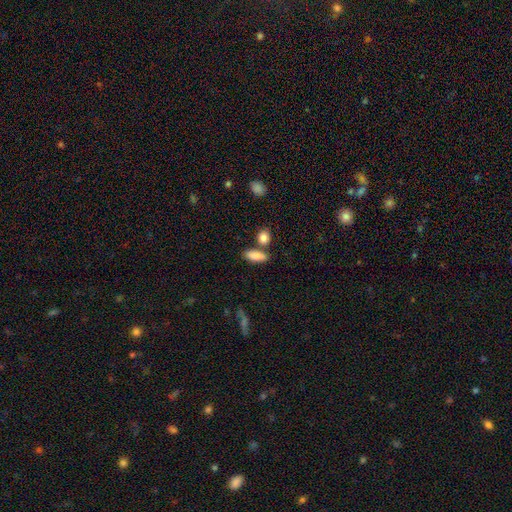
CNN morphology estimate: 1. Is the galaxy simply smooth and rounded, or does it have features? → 86% smooth, 7% featured or disk, 7% star or artifact.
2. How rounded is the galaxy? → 72% in between, 23% cigar-shaped, 5% round.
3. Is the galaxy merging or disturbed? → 67% none, 18% merger, 12% minor disturbance, 4% major disturbance.